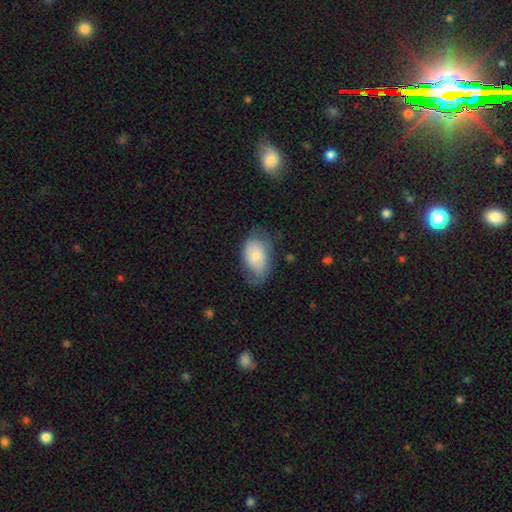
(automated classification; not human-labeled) Smooth or featured? Predicted: smooth (p=0.72). How rounded? Predicted: in between (p=0.89). Merging? Predicted: none (p=0.50).